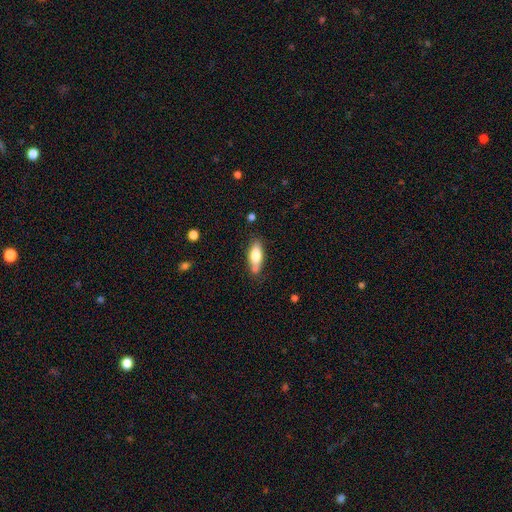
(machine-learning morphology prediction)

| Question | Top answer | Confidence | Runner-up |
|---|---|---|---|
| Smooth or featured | smooth | 74% | featured or disk (19%) |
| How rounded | in between | 73% | cigar-shaped (25%) |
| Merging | none | 73% | minor disturbance (18%) |